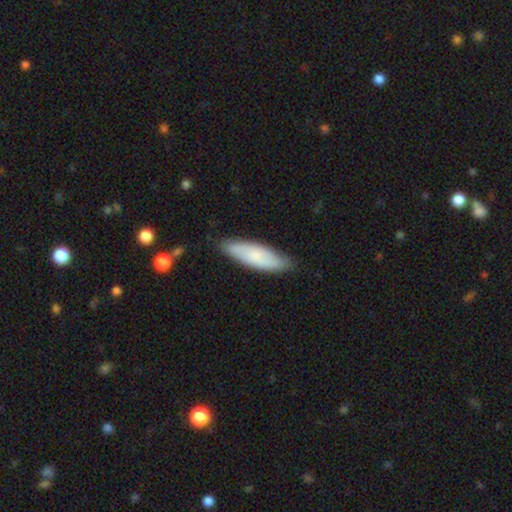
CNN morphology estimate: This is likely a smooth galaxy (66%). How rounded: possibly cigar-shaped (50%). Merging: likely none (79%).